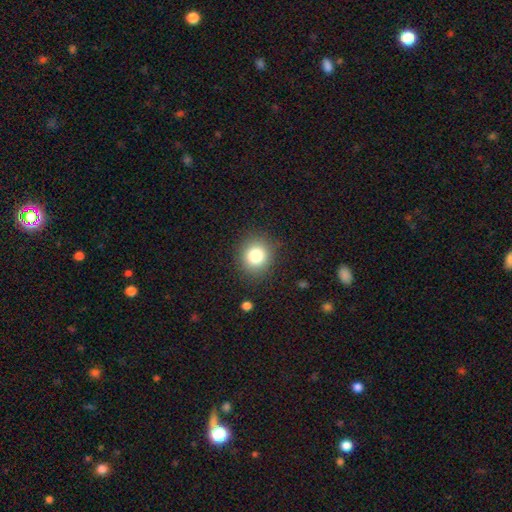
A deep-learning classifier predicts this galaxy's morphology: The model was most divided on "how rounded": round: 82%, in between: 18%, cigar-shaped: 1%. More confident: merging — none (87%); smooth or featured — smooth (81%).